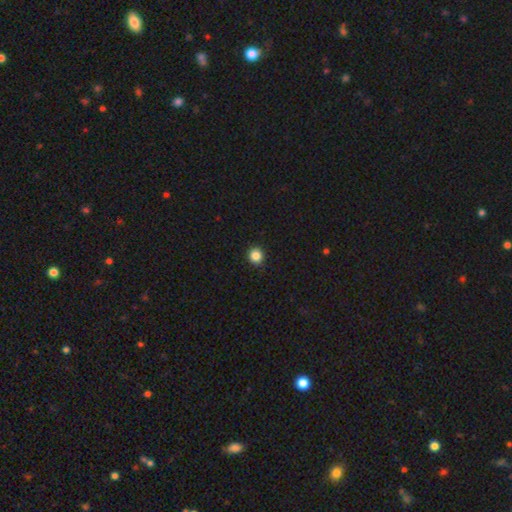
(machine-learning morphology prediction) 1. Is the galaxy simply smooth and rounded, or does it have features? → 85% smooth, 11% star or artifact, 4% featured or disk.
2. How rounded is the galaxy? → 91% round, 8% in between, 1% cigar-shaped.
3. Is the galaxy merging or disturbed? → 92% none, 5% minor disturbance, 2% major disturbance, 1% merger.